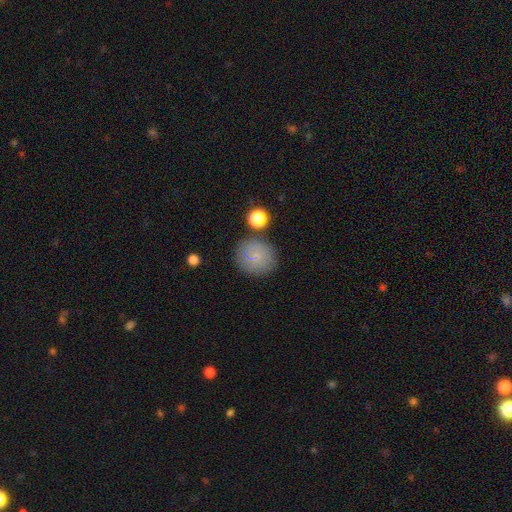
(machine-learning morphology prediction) A smooth galaxy with no disk features (73%) that is round (89%). Merging: none (79%).